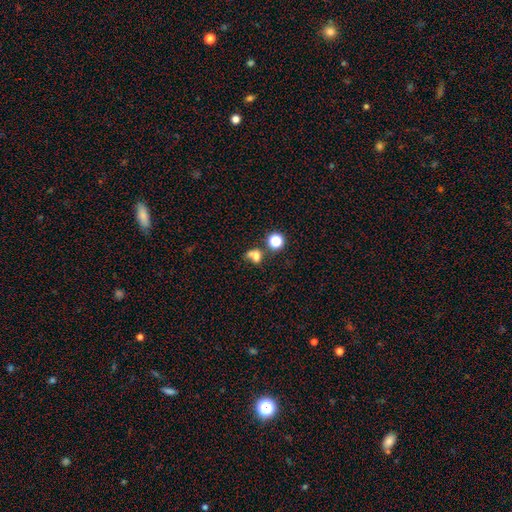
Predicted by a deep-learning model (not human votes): The model was most divided on "merging": merger: 41%, none: 31%, minor disturbance: 14%, major disturbance: 14%. More confident: smooth or featured — smooth (66%); how rounded — round (59%).